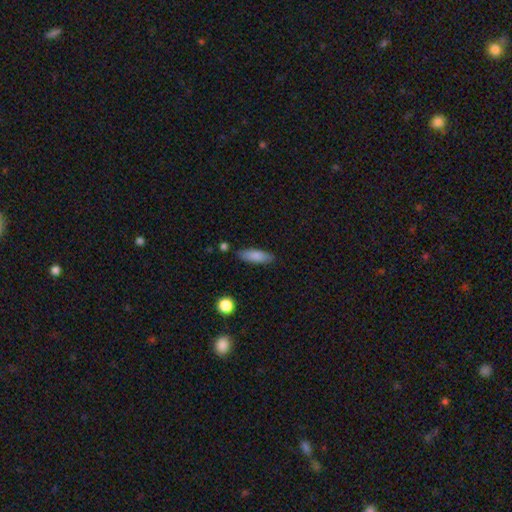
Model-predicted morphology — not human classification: Smooth or featured?
  - smooth: 83% *
  - featured or disk: 10%
  - star or artifact: 7%
How rounded?
  - in between: 54% *
  - cigar-shaped: 44%
  - round: 2%
Merging?
  - none: 83% *
  - minor disturbance: 12%
  - merger: 3%
  - major disturbance: 3%